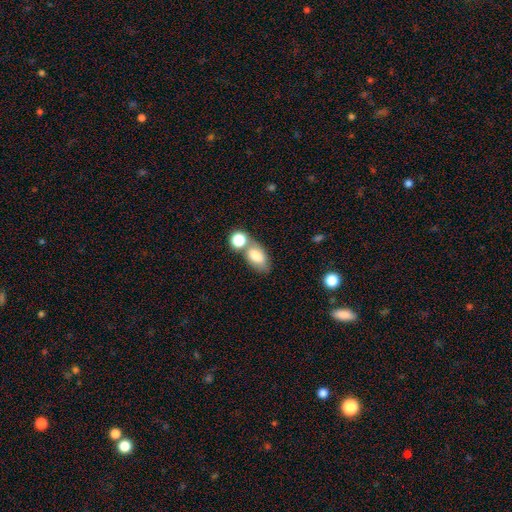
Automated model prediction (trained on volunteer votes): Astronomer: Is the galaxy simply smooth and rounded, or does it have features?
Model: smooth — 76%.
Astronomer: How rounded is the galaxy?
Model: in between — 87%.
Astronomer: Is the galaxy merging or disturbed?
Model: none — 45% (runner-up: merger, 36%).